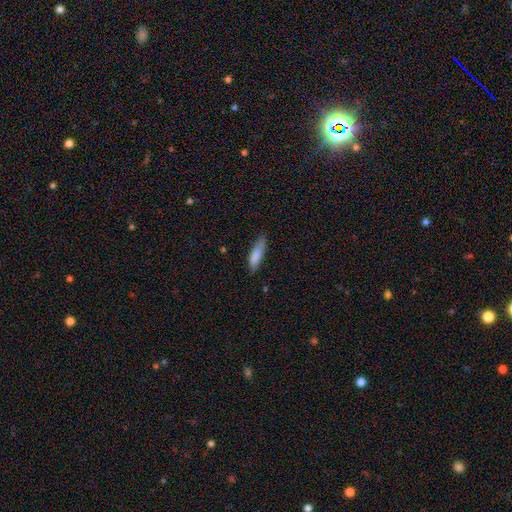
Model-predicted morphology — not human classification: Overall: smooth (82%). How rounded: cigar-shaped (66%; in between 32%). Merging: none (73%).